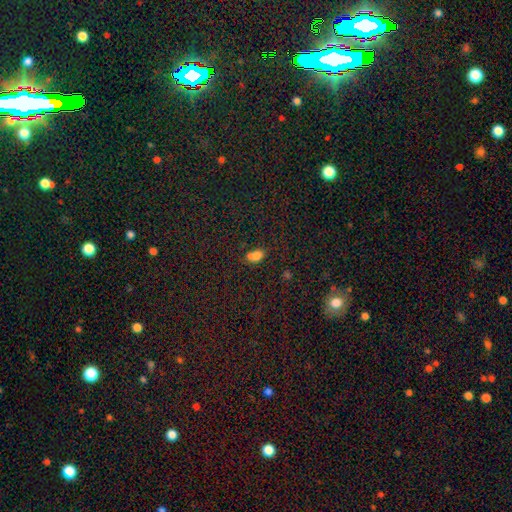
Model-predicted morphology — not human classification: Q: Smooth or featured?
A: smooth (76%); runner-up: star or artifact (15%)
Q: How rounded?
A: in between (77%); runner-up: round (21%)
Q: Merging?
A: none (46%); runner-up: merger (33%)